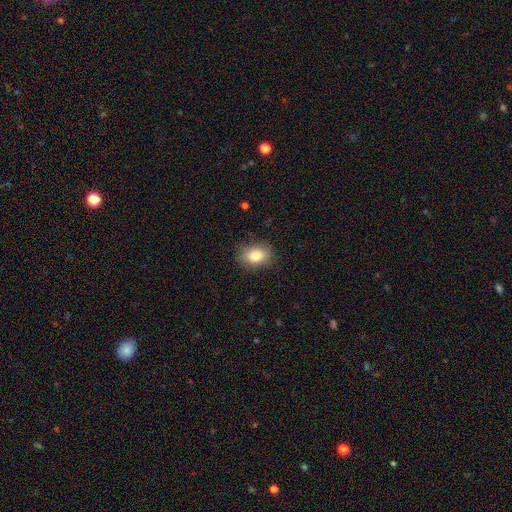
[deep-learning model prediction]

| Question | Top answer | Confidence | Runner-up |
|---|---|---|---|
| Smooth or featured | smooth | 83% | star or artifact (9%) |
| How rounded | in between | 71% | round (27%) |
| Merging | none | 81% | minor disturbance (15%) |